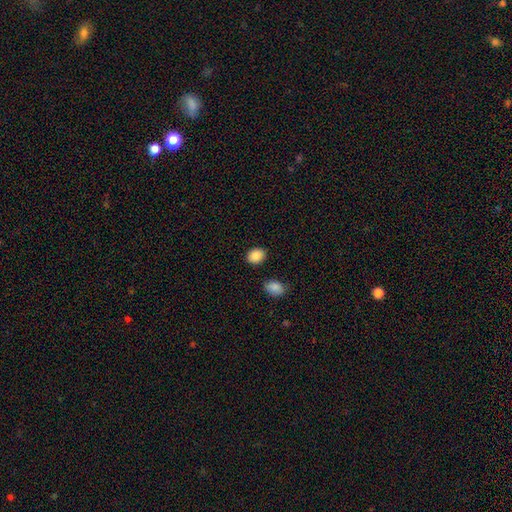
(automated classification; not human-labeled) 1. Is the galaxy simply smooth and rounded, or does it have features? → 88% smooth, 8% star or artifact, 4% featured or disk.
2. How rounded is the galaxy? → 56% in between, 43% round, 1% cigar-shaped.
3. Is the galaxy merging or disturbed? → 86% none, 9% minor disturbance, 3% merger, 2% major disturbance.